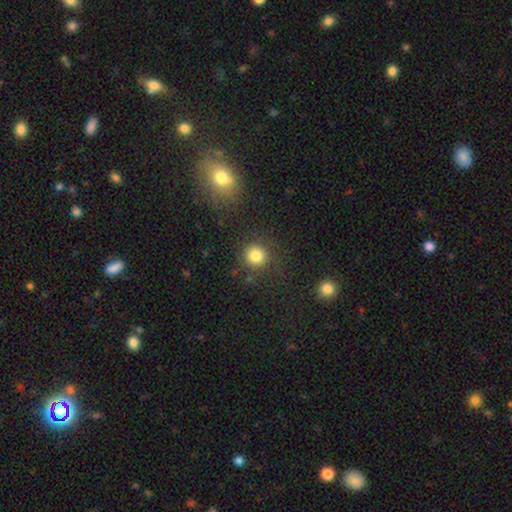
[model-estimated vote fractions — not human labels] Morphology: type=smooth (82%); roundness=round (92%); merging=none (85%).